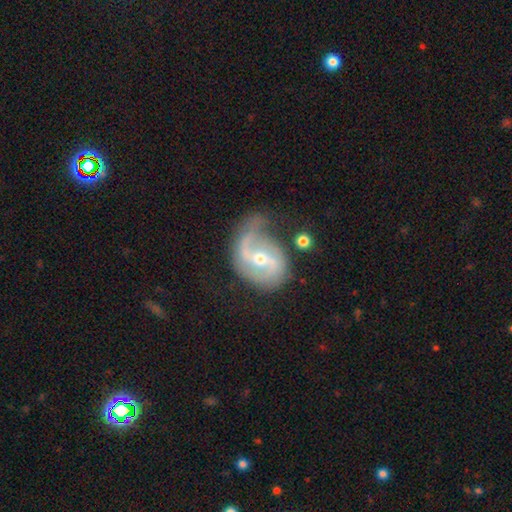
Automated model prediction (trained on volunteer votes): This is clearly a featured or disk galaxy (86%). It is clearly not viewed edge-on (97%). Bar: possibly weak (45%). Spiral arm pattern: clearly yes (94%). Spiral arm count: likely 2 (69%). Spiral winding: marginally medium (43%). Central bulge: possibly moderate (54%). Merging: marginally none (44%).